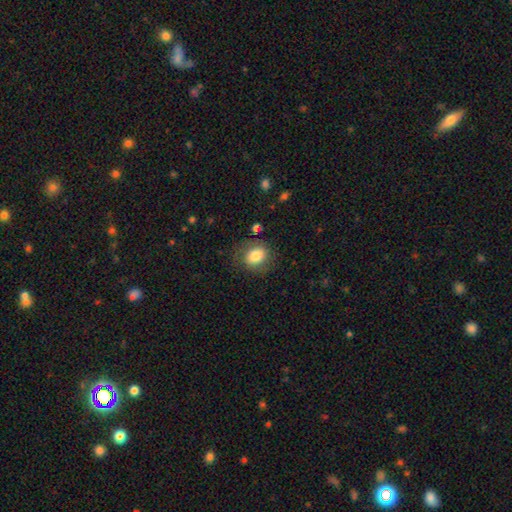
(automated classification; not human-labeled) smooth 80%, featured or disk 11%, star or artifact 9%. Down the decision tree: how rounded — round (55%); merging — none (77%).